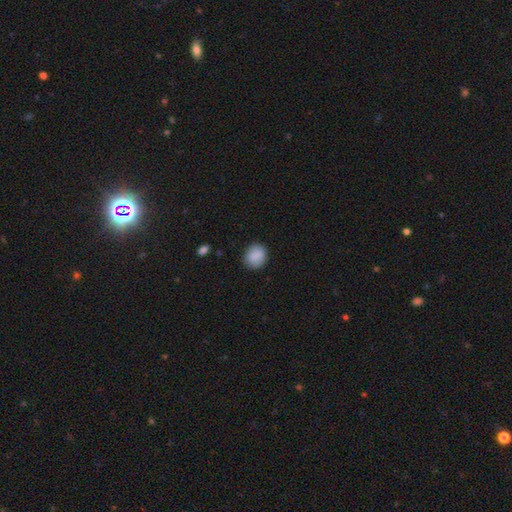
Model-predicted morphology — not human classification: smooth 87%, star or artifact 8%, featured or disk 5%. Down the decision tree: how rounded — round (67%); merging — none (83%).